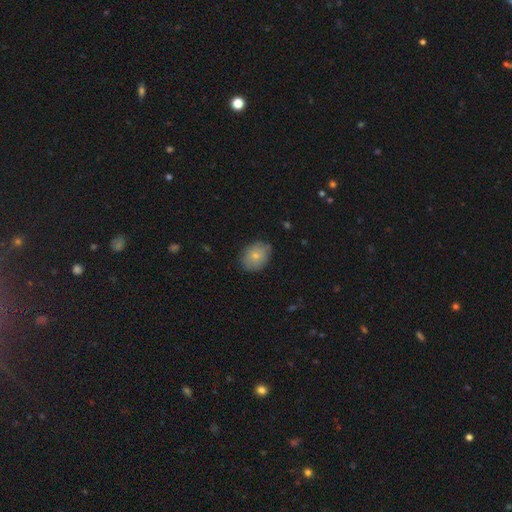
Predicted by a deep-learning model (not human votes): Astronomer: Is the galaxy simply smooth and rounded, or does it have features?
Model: smooth — 76%.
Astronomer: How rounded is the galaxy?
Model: in between — 53% (runner-up: round, 46%).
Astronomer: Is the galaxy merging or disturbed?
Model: none — 74%.